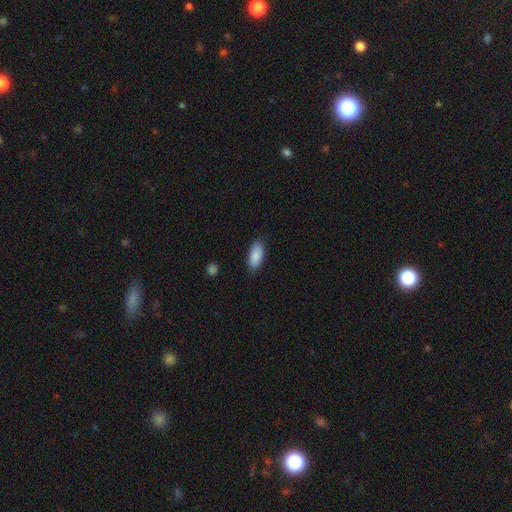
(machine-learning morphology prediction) The model was most divided on "merging": none: 85%, minor disturbance: 12%, major disturbance: 3%, merger: 1%. More confident: smooth or featured — smooth (89%); how rounded — in between (88%).